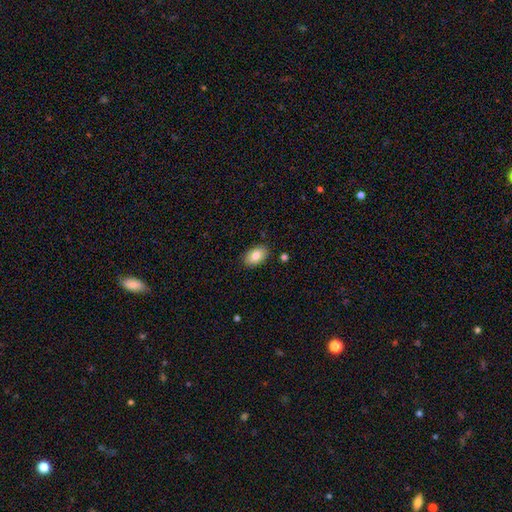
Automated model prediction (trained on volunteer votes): The model was most divided on "smooth or featured": smooth: 81%, featured or disk: 12%, star or artifact: 7%. More confident: how rounded — in between (91%); merging — none (87%).